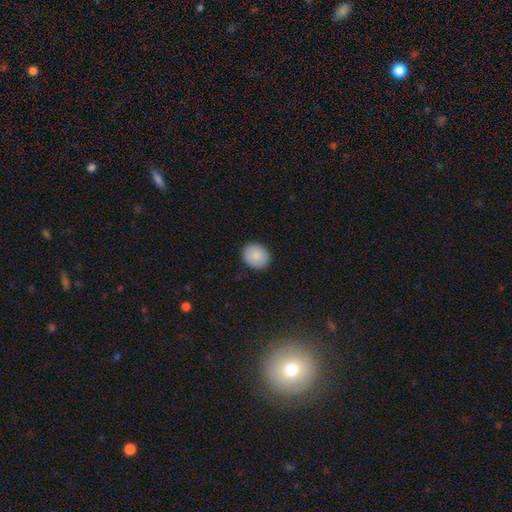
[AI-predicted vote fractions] A smooth galaxy with no disk features (87%) that is round (64%). Merging: none (90%).